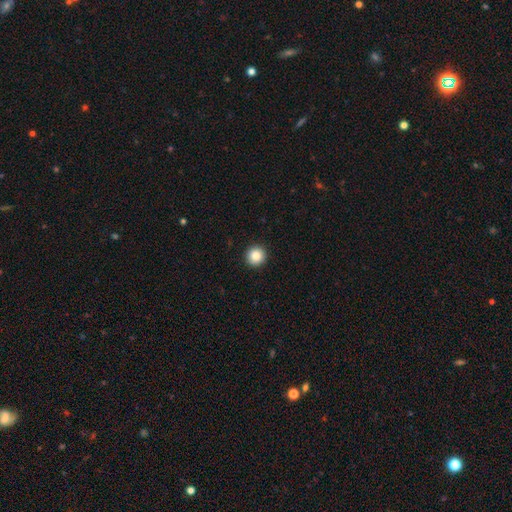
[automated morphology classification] Smooth or featured? smooth (85%)
How rounded? round (95%)
Merging? none (94%)